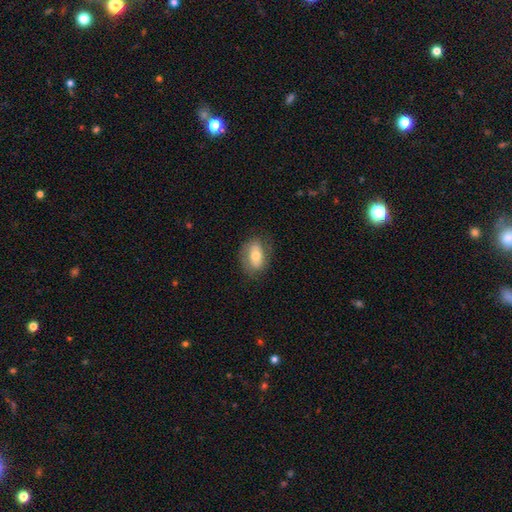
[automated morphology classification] smooth_or_featured: smooth (p=0.62) [alt: featured or disk p=0.31]
how_rounded: in between (p=0.83) [alt: round p=0.15]
merging: none (p=0.75) [alt: minor disturbance p=0.17]